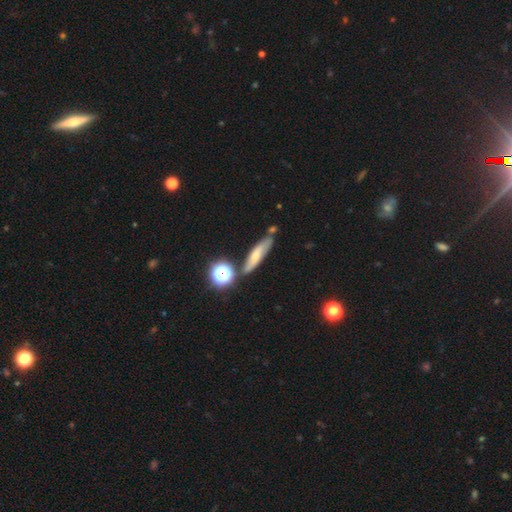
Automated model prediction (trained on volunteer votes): Smooth or featured? Predicted: smooth (p=0.55). How rounded? Predicted: cigar-shaped (p=0.64). Merging? Predicted: none (p=0.67).